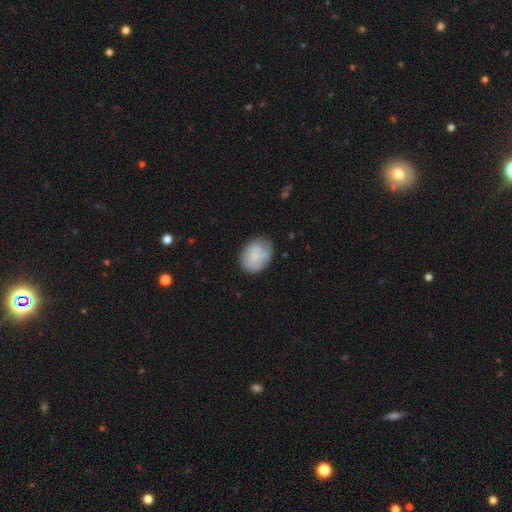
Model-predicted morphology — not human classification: type=smooth (76%); roundness=in between (60%); merging=none (69%).